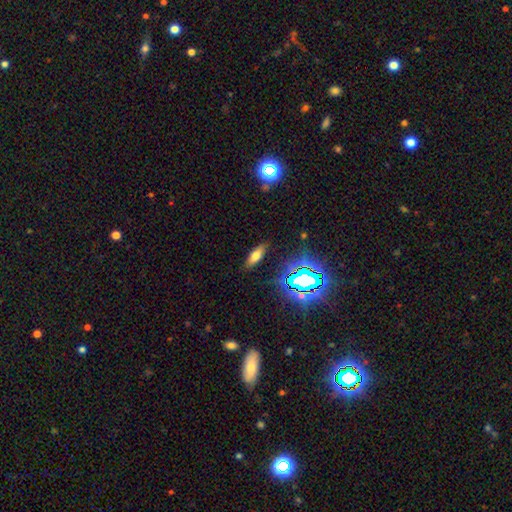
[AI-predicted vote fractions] Smooth or featured? smooth (63%)
How rounded? in between (65%)
Merging? none (86%)